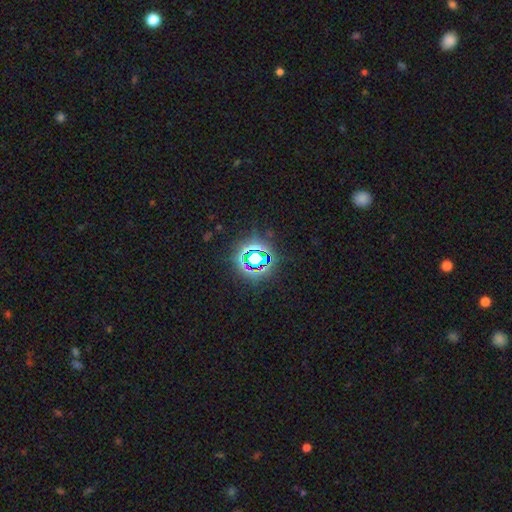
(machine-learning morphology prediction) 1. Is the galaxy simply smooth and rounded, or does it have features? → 75% star or artifact, 16% smooth, 9% featured or disk.